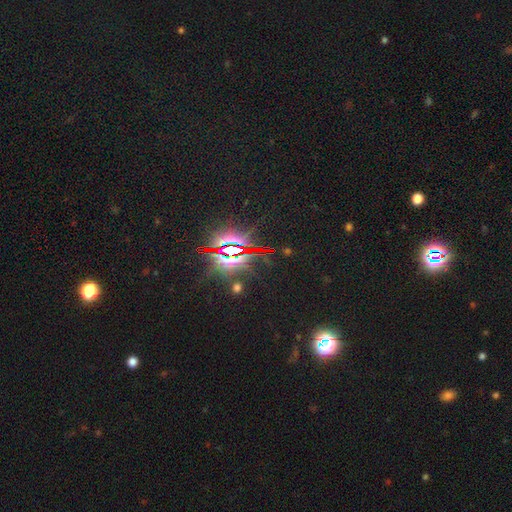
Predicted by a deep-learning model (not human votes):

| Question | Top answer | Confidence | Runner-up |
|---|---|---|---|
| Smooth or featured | star or artifact | 85% | smooth (8%) |